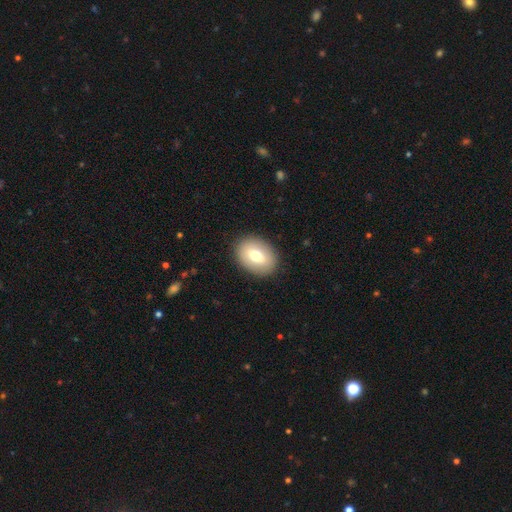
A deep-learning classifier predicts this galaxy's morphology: smooth-or-featured: smooth: 69% | featured or disk: 24% | star or artifact: 7%
  how-rounded: in between: 73% | round: 26% | cigar-shaped: 1%
  merging: none: 89% | minor disturbance: 8% | major disturbance: 2% | merger: 1%